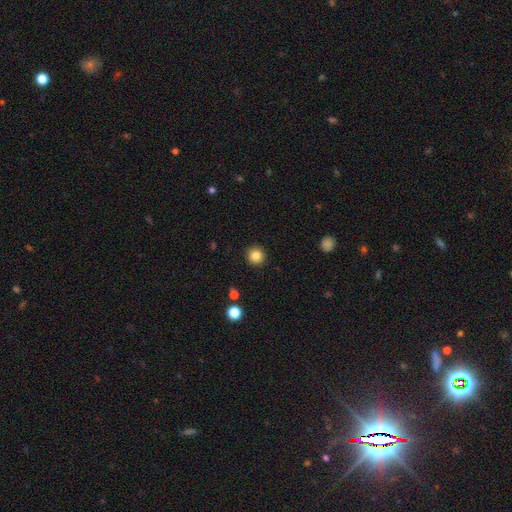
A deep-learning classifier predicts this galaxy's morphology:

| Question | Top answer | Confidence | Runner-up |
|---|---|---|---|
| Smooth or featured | smooth | 84% | star or artifact (11%) |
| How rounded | round | 94% | in between (5%) |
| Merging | none | 92% | minor disturbance (5%) |